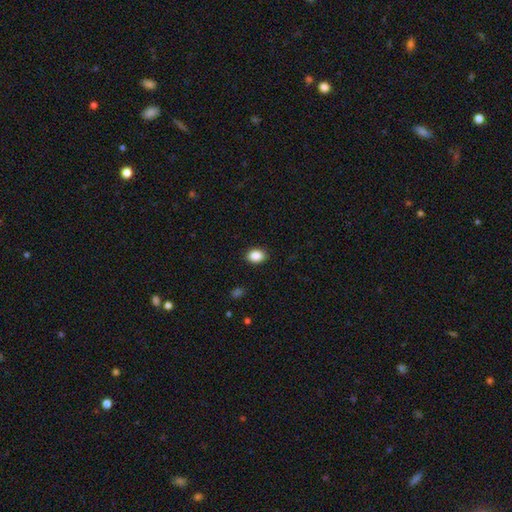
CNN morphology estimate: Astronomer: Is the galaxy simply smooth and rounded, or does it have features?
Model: smooth — 88%.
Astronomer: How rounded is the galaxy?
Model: in between — 59% (runner-up: round, 40%).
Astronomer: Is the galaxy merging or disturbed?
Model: none — 90%.